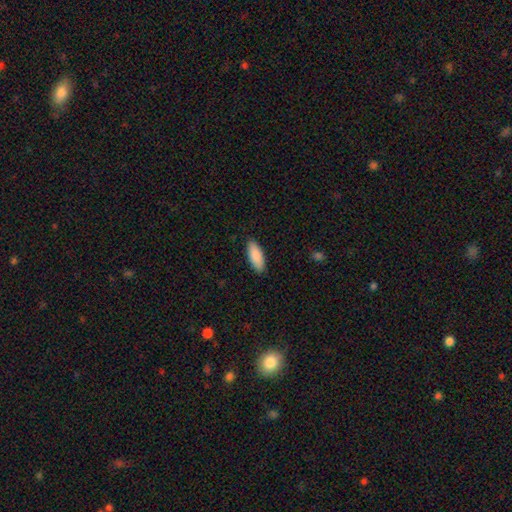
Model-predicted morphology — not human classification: smooth 89%, featured or disk 6%, star or artifact 5%. Down the decision tree: how rounded — in between (77%); merging — none (89%).